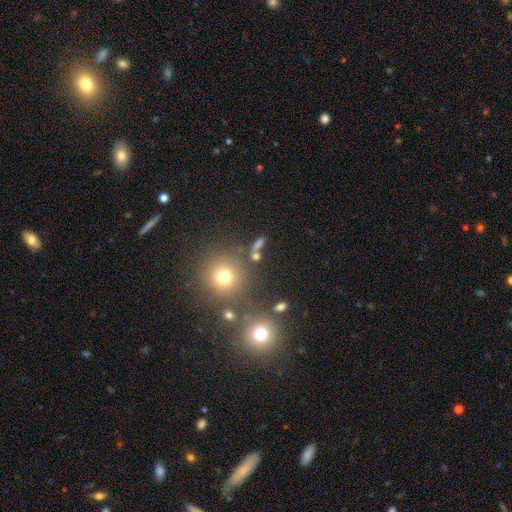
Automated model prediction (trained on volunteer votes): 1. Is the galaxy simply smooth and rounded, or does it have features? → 65% smooth, 23% star or artifact, 12% featured or disk.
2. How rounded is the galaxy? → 45% round, 38% in between, 17% cigar-shaped.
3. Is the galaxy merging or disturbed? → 68% none, 14% merger, 11% minor disturbance, 7% major disturbance.